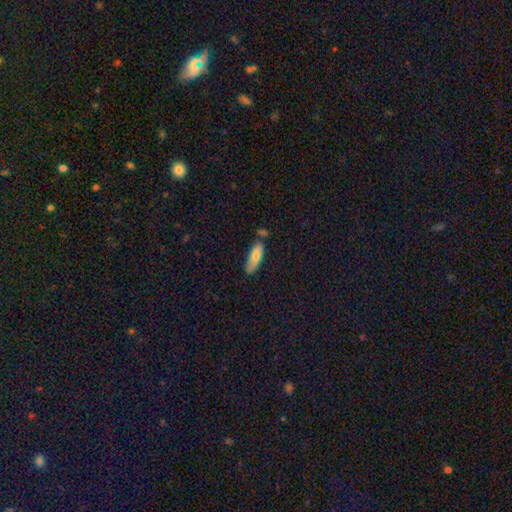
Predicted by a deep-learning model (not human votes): Overall: smooth (77%). How rounded: in between (60%; cigar-shaped 38%). Merging: none (65%).